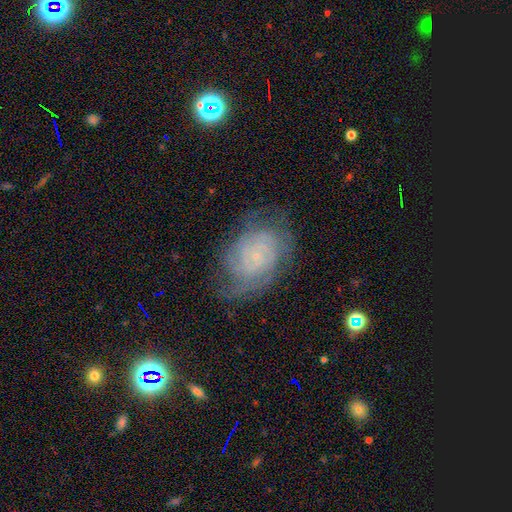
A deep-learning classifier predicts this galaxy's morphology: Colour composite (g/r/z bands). It shows a featured or disk galaxy (71%) with no bar (76%), tight (64%) spiral arms (90%) and a small central bulge (80%). Merging: none (67%).